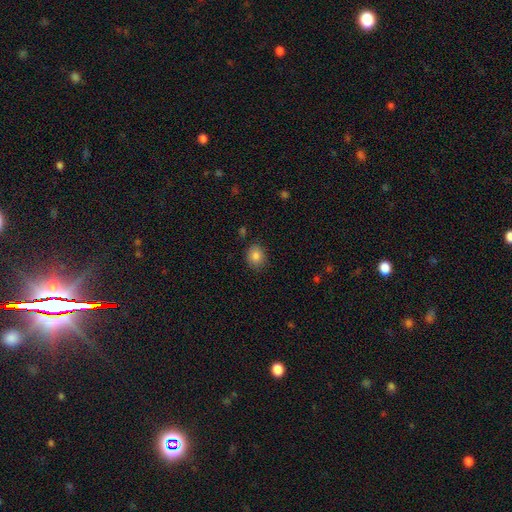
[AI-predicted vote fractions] A smooth galaxy with no disk features (83%) that is round (57%).

Vote fractions:
- Smooth or featured? smooth: 83% / star or artifact: 10% / featured or disk: 7%
- How rounded? round: 57% / in between: 42% / cigar-shaped: 1%
- Merging? none: 84% / minor disturbance: 12% / major disturbance: 3% / merger: 2%